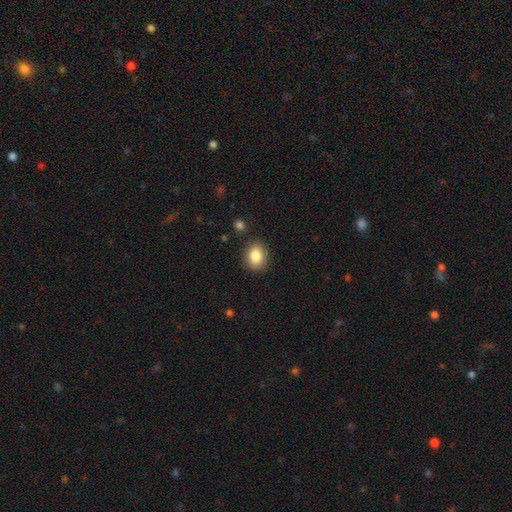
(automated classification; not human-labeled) This appears to be a smooth galaxy with no disk features (85%) that is in between round and cigar-shaped (52%). Merging: none (87%).